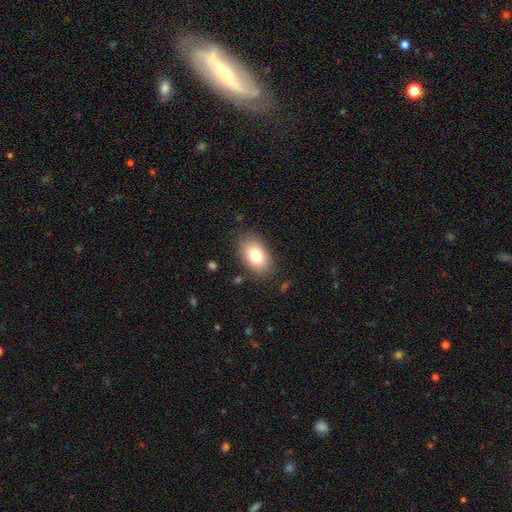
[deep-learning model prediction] The model was most divided on "smooth or featured": smooth: 79%, featured or disk: 13%, star or artifact: 8%. More confident: how rounded — in between (87%); merging — none (82%).